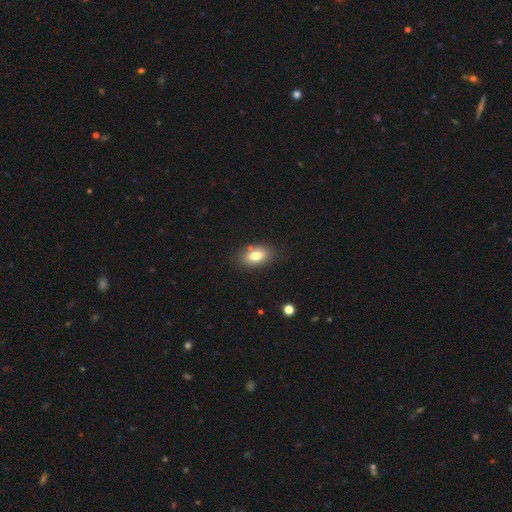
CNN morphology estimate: A smooth galaxy with no disk features (77%) that is in between round and cigar-shaped (88%). Merging: none (79%).